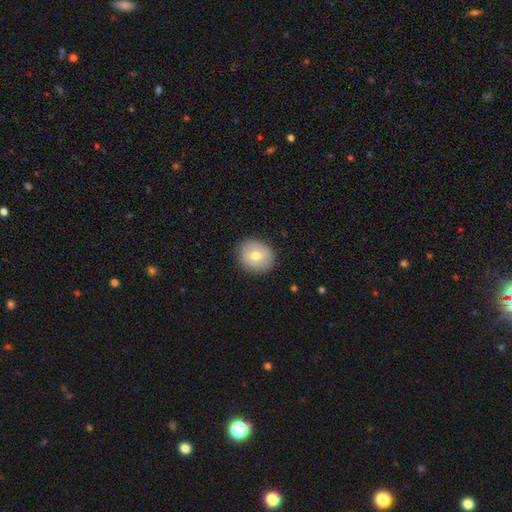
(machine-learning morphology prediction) smooth_or_featured: smooth (p=0.70) [alt: featured or disk p=0.22]
how_rounded: round (p=0.74) [alt: in between p=0.25]
merging: none (p=0.88) [alt: minor disturbance p=0.09]